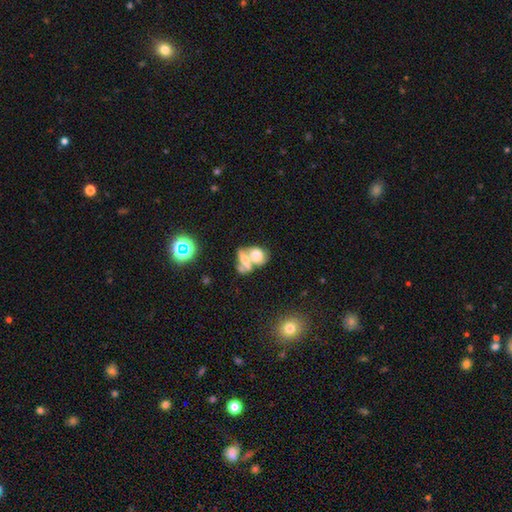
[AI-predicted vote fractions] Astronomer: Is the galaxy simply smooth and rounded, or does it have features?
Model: smooth — 60%.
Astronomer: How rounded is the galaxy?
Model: in between — 62%.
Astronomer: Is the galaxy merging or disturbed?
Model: merger — 69%.